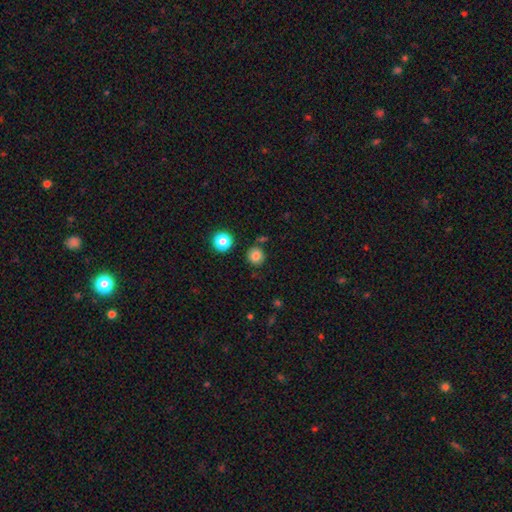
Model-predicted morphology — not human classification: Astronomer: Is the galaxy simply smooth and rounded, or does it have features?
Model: smooth — 82%.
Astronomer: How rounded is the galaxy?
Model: round — 89%.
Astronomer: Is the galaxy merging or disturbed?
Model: none — 82%.